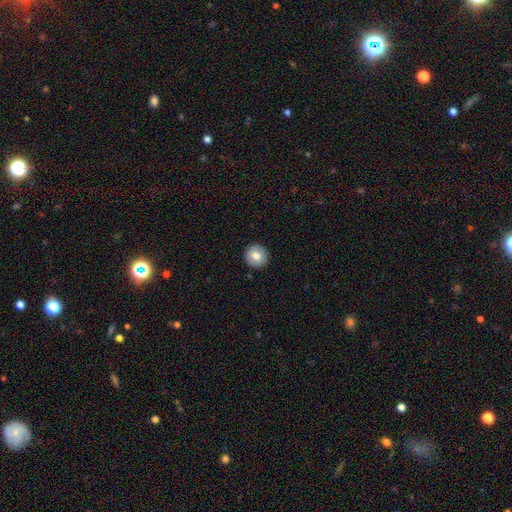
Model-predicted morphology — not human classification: A smooth galaxy with no disk features (77%) that is round (95%). Merging: none (92%).